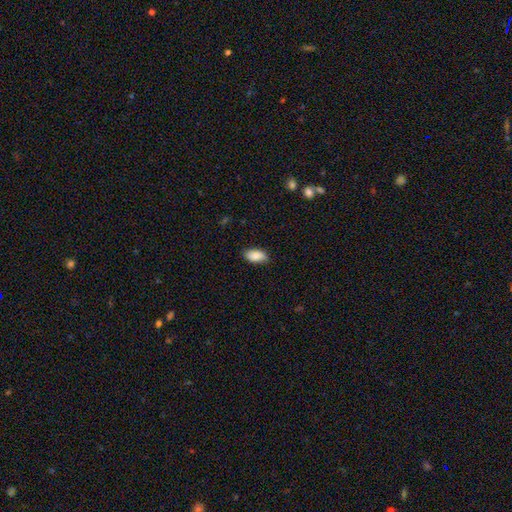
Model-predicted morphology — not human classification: smooth 85%, featured or disk 8%, star or artifact 7%. Down the decision tree: how rounded — in between (93%); merging — none (81%).